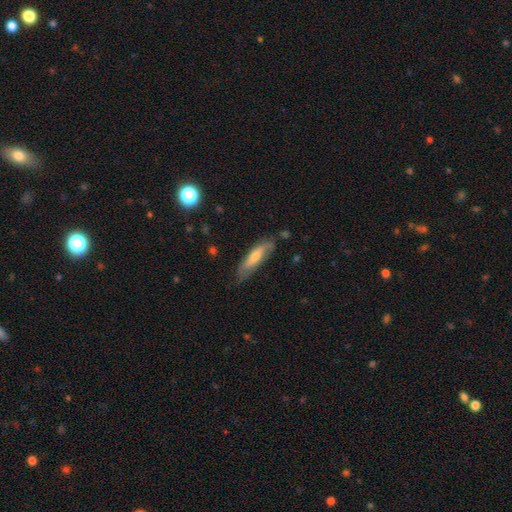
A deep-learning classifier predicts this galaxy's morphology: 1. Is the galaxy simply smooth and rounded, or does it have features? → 51% smooth, 43% featured or disk, 6% star or artifact.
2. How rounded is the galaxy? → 63% cigar-shaped, 35% in between, 2% round.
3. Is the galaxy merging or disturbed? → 67% none, 25% minor disturbance, 7% major disturbance, 2% merger.